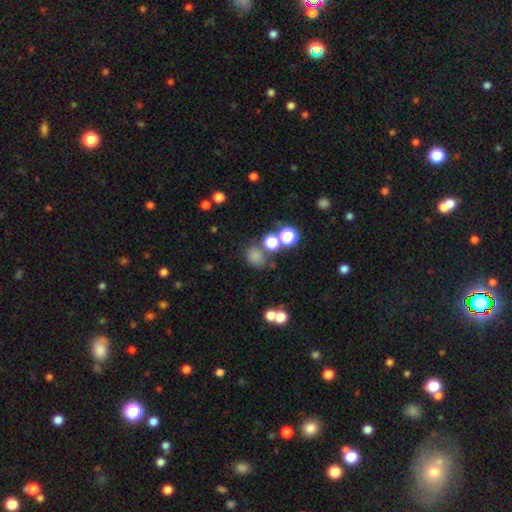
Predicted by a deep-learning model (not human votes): Smooth or featured?
  - smooth: 72% *
  - star or artifact: 21%
  - featured or disk: 7%
How rounded?
  - round: 66% *
  - in between: 33%
  - cigar-shaped: 1%
Merging?
  - none: 63% *
  - merger: 16%
  - minor disturbance: 14%
  - major disturbance: 6%